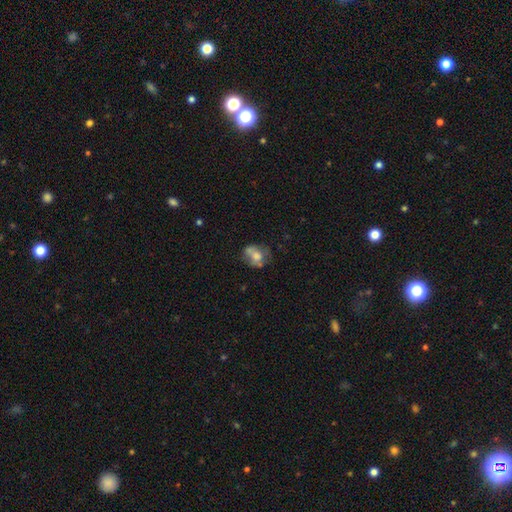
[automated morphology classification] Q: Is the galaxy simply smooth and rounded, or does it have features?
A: smooth — 55%.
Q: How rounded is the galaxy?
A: round — 50%.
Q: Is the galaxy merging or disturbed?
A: none — 43%.